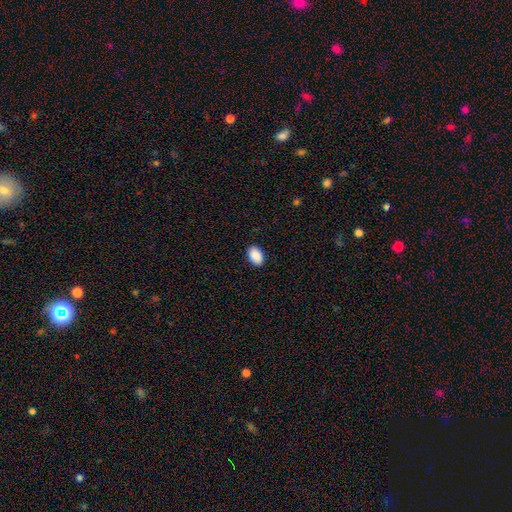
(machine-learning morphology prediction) This appears to be a smooth galaxy with no disk features (90%) that is in between round and cigar-shaped (90%). Merging: none (89%).